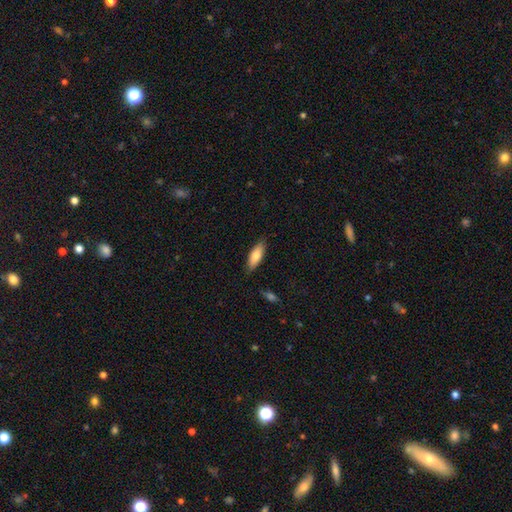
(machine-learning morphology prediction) smooth-or-featured: smooth: 77% | featured or disk: 17% | star or artifact: 6%
  how-rounded: in between: 61% | cigar-shaped: 38% | round: 2%
  merging: none: 86% | minor disturbance: 11% | major disturbance: 2% | merger: 1%